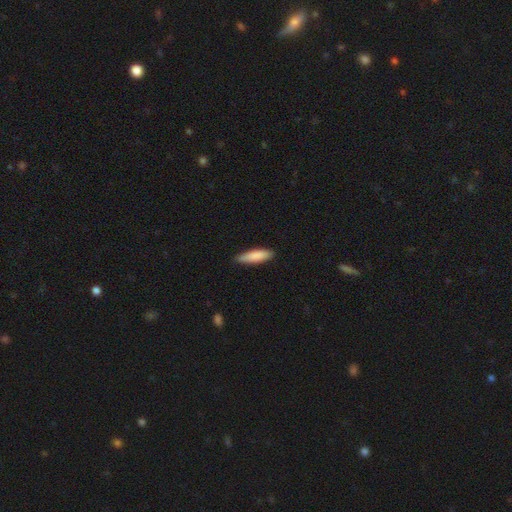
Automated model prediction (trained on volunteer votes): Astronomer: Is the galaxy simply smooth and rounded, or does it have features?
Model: smooth — 86%.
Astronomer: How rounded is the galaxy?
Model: cigar-shaped — 62%.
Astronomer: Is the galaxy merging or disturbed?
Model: none — 86%.